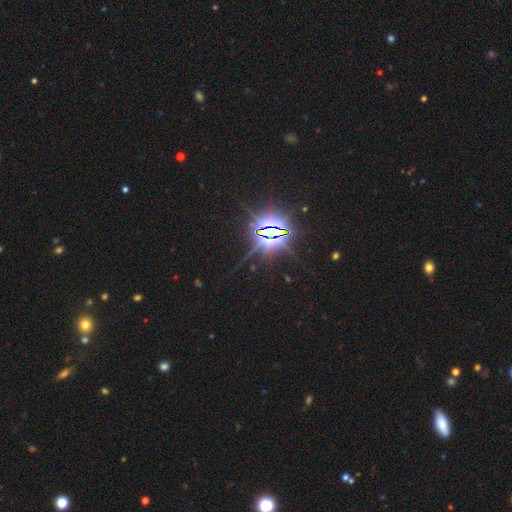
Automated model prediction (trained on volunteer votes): Smooth or featured? Predicted: star or artifact (p=0.85).